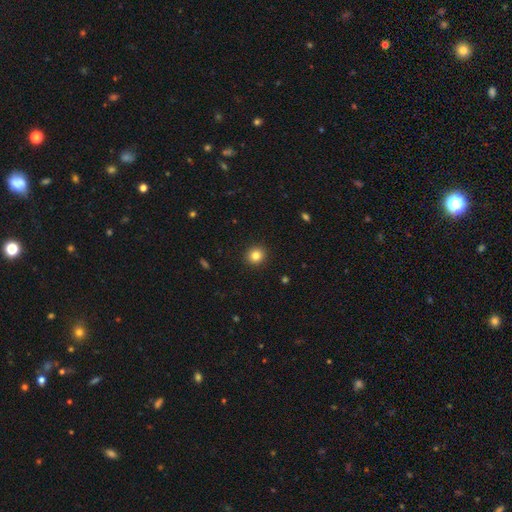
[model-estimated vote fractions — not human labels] Smooth or featured? smooth (83%)
How rounded? round (90%)
Merging? none (92%)